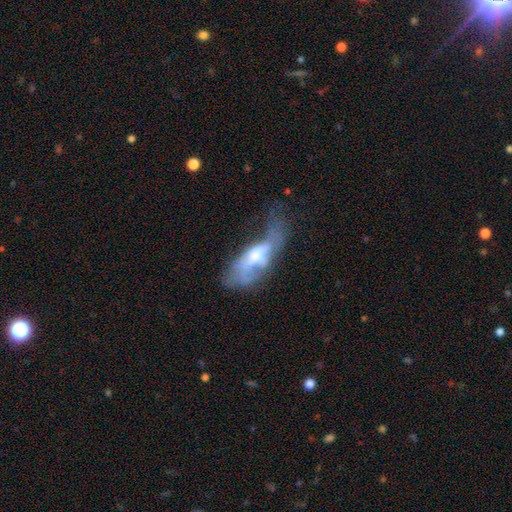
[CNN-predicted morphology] Q: Smooth or featured?
A: featured or disk (52%); runner-up: smooth (38%)
Q: Edge-on disk?
A: no (83%); runner-up: yes (17%)
Q: Merging?
A: major disturbance (48%); runner-up: minor disturbance (22%)